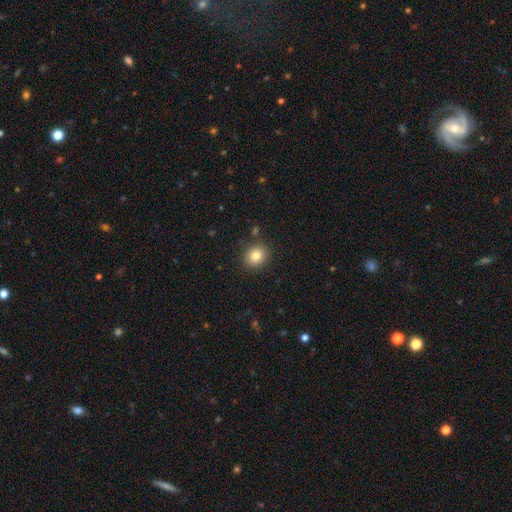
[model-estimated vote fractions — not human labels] Smooth or featured? smooth (81%)
How rounded? round (80%)
Merging? none (88%)